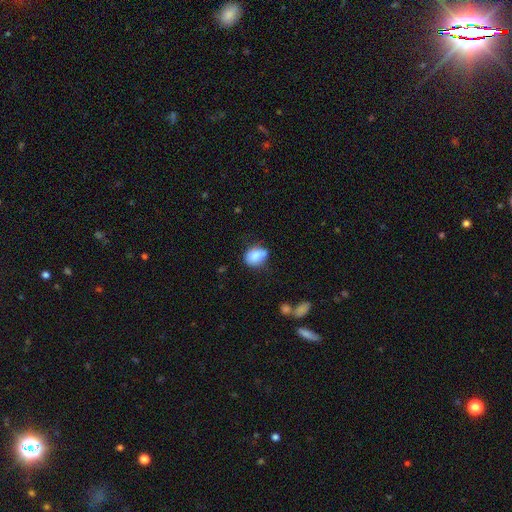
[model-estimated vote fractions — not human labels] Overall: smooth (80%). How rounded: in between (65%; round 34%). Merging: none (52%; minor disturbance 33%).